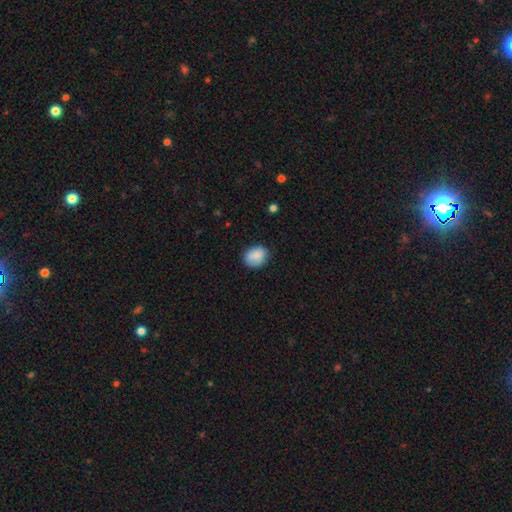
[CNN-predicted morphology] Overall: smooth (86%). How rounded: in between (56%; round 43%). Merging: none (77%).